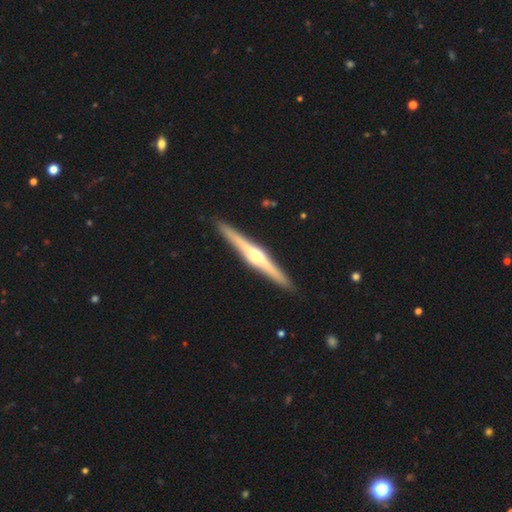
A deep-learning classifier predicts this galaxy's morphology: A featured or disk galaxy (82%) viewed edge-on (98%) with a rounded central bulge (90%).

Vote fractions:
- Smooth or featured? featured or disk: 82% / smooth: 13% / star or artifact: 5%
- Edge-on disk? yes: 98% / no: 2%
- Edge-on bulge? rounded: 90% / boxy: 6% / none: 4%
- Merging? none: 92% / minor disturbance: 6% / major disturbance: 1% / merger: 1%